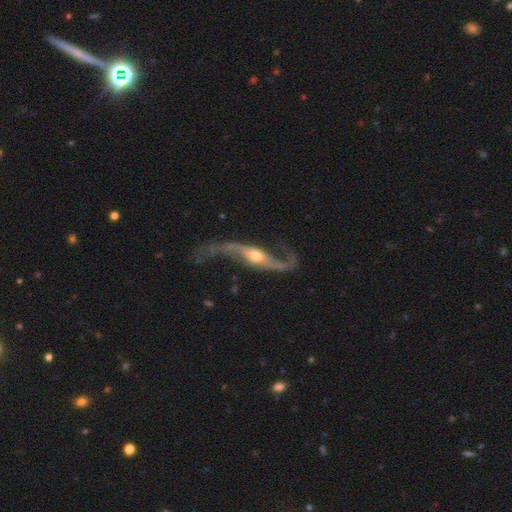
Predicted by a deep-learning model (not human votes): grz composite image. It shows a featured or disk galaxy (90%) with no bar (48%), 2 (93%) loose (88%) spiral arms (96%) and a moderate central bulge (63%). Merging: none (62%).